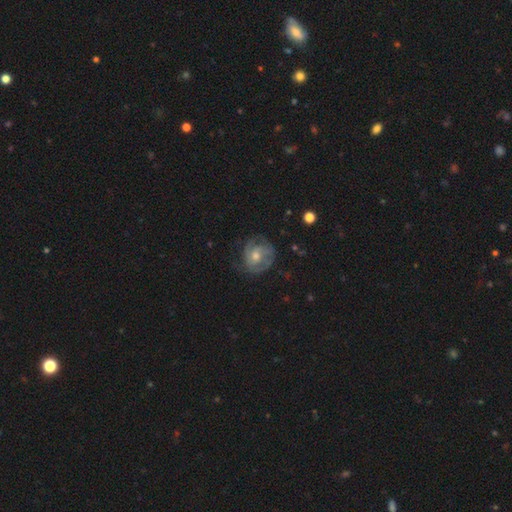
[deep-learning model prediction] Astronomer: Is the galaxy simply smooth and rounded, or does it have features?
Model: featured or disk — 71%.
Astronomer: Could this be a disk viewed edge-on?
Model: no — 98%.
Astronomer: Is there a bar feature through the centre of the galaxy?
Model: no — 67%.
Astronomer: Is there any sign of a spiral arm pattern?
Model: yes — 86%.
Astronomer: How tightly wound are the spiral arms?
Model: tight — 51% (runner-up: medium, 37%).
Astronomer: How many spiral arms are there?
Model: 2 — 33% (runner-up: can't tell, 29%).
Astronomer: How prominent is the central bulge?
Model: moderate — 57% (runner-up: small, 36%).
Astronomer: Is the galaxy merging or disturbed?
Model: none — 64%.